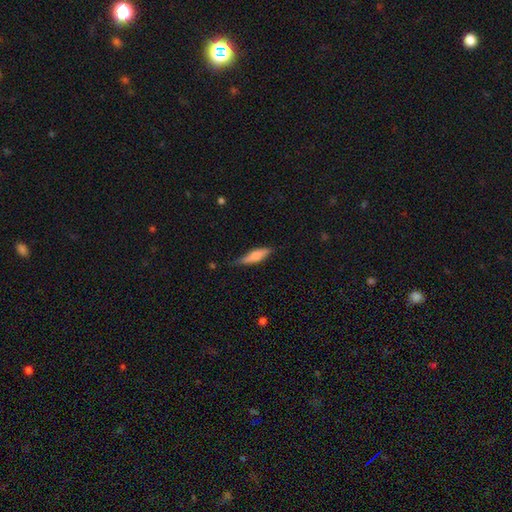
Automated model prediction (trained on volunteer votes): Smooth or featured?
  - smooth: 63% *
  - featured or disk: 31%
  - star or artifact: 6%
How rounded?
  - cigar-shaped: 62% *
  - in between: 36%
  - round: 2%
Merging?
  - none: 70% *
  - minor disturbance: 23%
  - major disturbance: 5%
  - merger: 2%